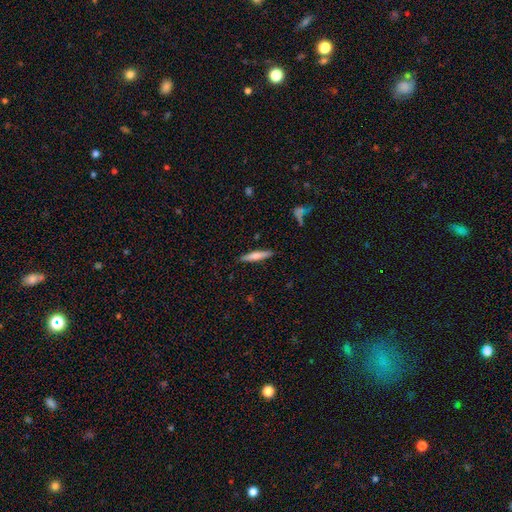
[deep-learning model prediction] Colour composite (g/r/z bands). It shows a smooth galaxy with no disk features (66%) that is cigar-shaped (89%). Merging: none (89%).